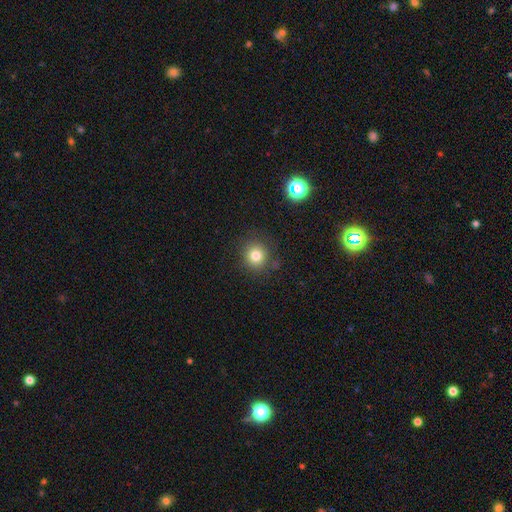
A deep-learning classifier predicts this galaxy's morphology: A smooth galaxy with no disk features (79%) that is round (90%). Merging: none (85%).